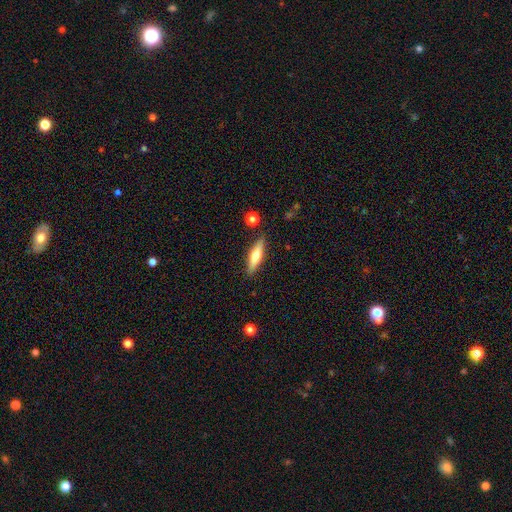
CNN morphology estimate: This appears to be a smooth galaxy with no disk features (48%). Merging: none (87%).